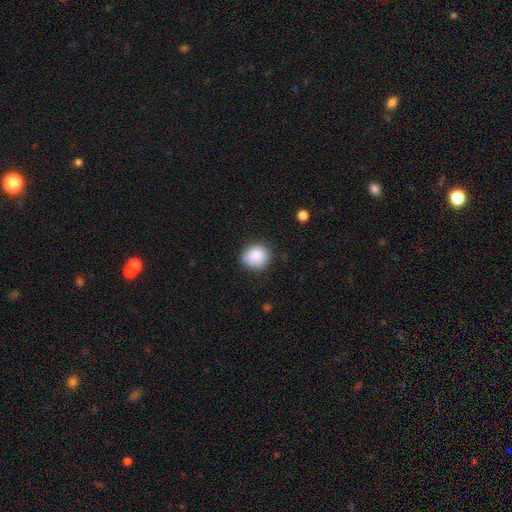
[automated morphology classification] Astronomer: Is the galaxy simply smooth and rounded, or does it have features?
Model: smooth — 87%.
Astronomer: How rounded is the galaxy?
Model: round — 79%.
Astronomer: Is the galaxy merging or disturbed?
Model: none — 73%.